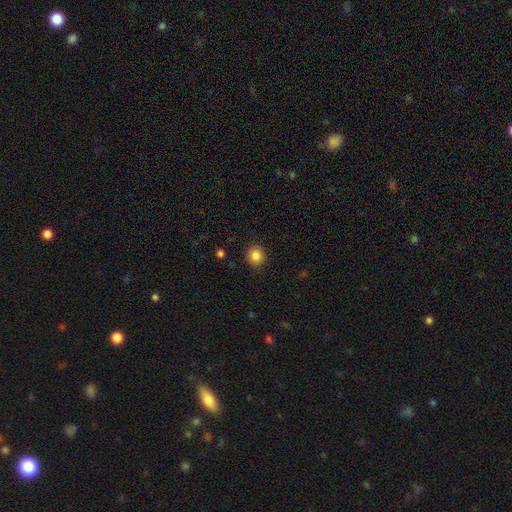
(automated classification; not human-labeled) A smooth galaxy with no disk features (85%) that is round (86%).

Vote fractions:
- Smooth or featured? smooth: 85% / star or artifact: 10% / featured or disk: 4%
- How rounded? round: 86% / in between: 13% / cigar-shaped: 1%
- Merging? none: 91% / minor disturbance: 6% / major disturbance: 2% / merger: 1%